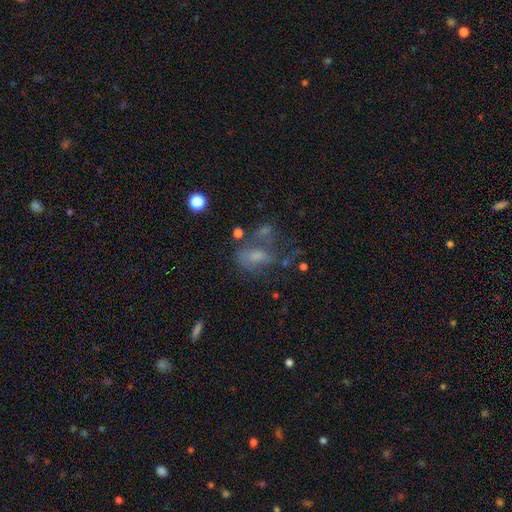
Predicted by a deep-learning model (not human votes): Morphology: type=featured or disk (41%); merging=none (34%).